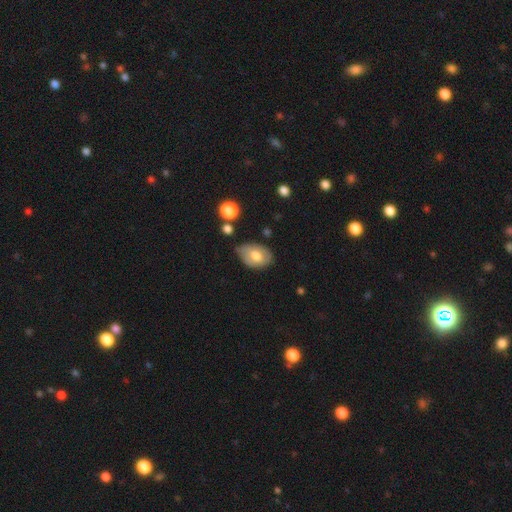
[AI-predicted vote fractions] This is likely a smooth galaxy (62%). How rounded: clearly in between (86%). Merging: possibly none (60%).